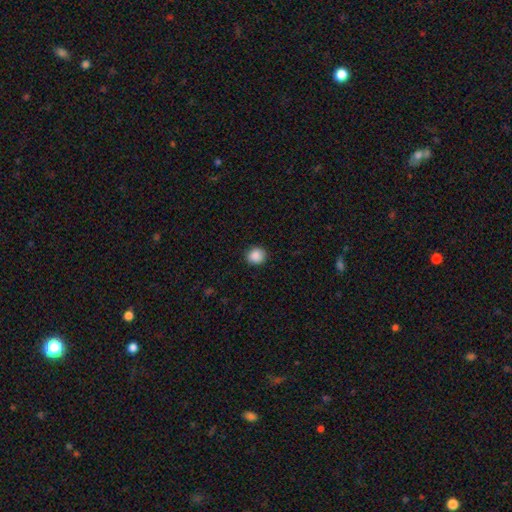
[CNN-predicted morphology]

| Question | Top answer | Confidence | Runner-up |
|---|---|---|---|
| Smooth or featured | smooth | 89% | star or artifact (9%) |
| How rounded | round | 80% | in between (19%) |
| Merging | none | 89% | minor disturbance (8%) |